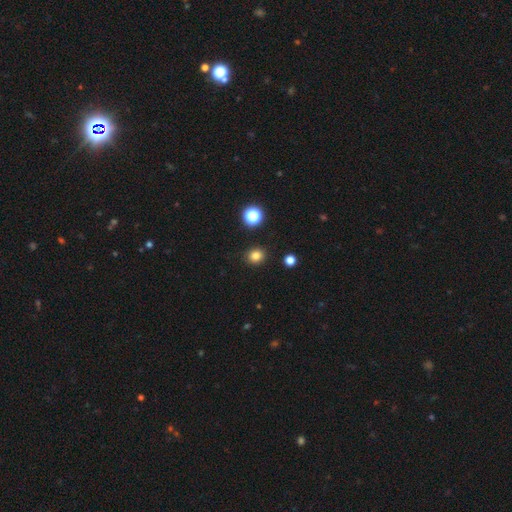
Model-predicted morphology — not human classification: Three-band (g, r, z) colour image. It shows a smooth galaxy with no disk features (81%) that is round (82%). Merging: none (90%).